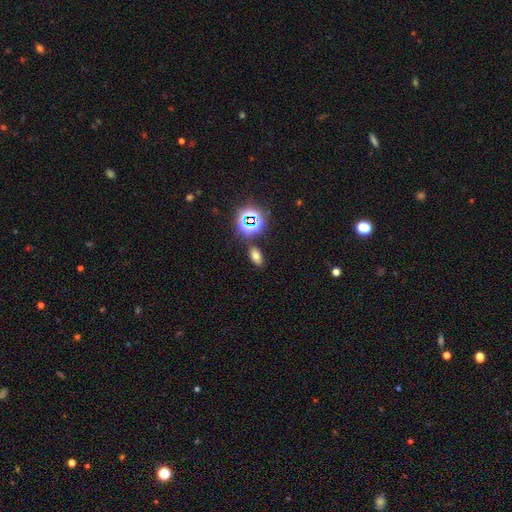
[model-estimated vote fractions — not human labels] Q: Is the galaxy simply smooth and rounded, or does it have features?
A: smooth — 66%.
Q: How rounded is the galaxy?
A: in between — 86%.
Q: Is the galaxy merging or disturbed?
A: none — 83%.